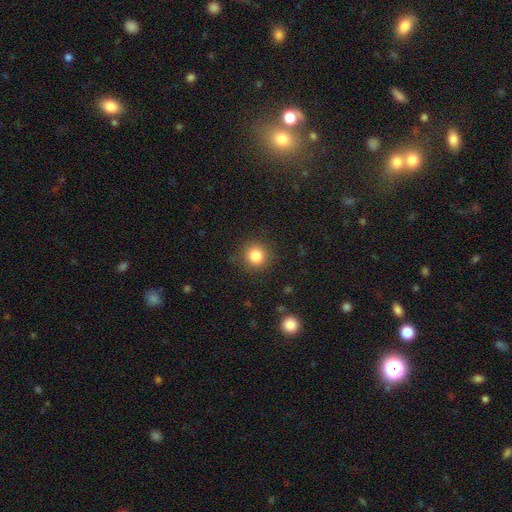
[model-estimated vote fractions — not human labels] Overall: smooth (83%). How rounded: round (93%). Merging: none (88%).